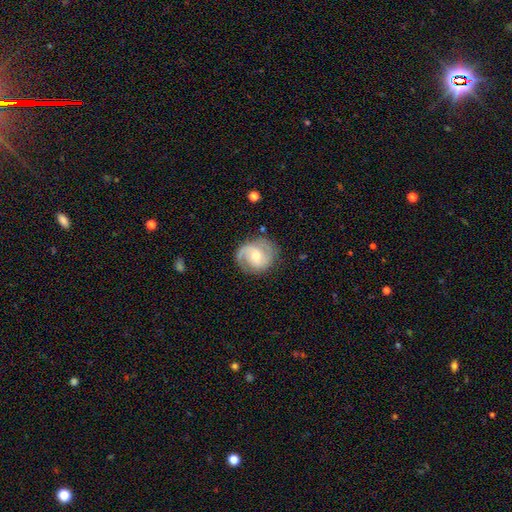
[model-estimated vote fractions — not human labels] smooth-or-featured: featured or disk: 79% | smooth: 15% | star or artifact: 6%
  disk-edge-on: no: 98% | yes: 2%
    bar: no: 45% | weak: 44% | strong: 11%
    has-spiral-arms: yes: 94% | no: 6%
      spiral-winding: medium: 49% | tight: 35% | loose: 17%
      spiral-arm-count: 2: 82% | can't tell: 7% | 1: 5% | 3: 4% | 4: 1% | more than 4: 1%
    bulge-size: moderate: 59% | small: 34% | large: 4% | none: 1% | dominant: 1%
  merging: none: 77% | minor disturbance: 16% | major disturbance: 6% | merger: 2%